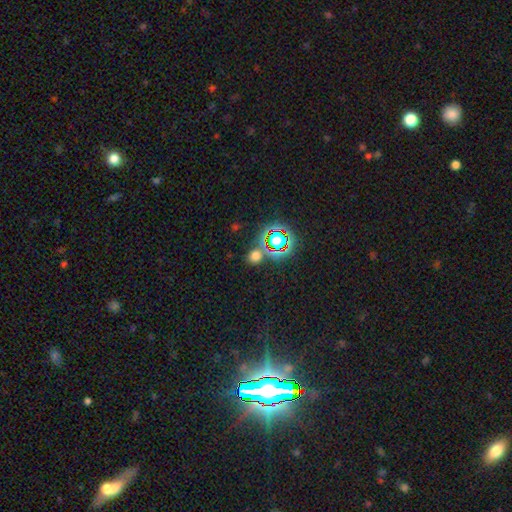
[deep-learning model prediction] A smooth galaxy with no disk features (60%) that is round (79%).

Vote fractions:
- Smooth or featured? smooth: 60% / star or artifact: 34% / featured or disk: 7%
- How rounded? round: 79% / in between: 19% / cigar-shaped: 2%
- Merging? none: 74% / merger: 13% / minor disturbance: 9% / major disturbance: 4%